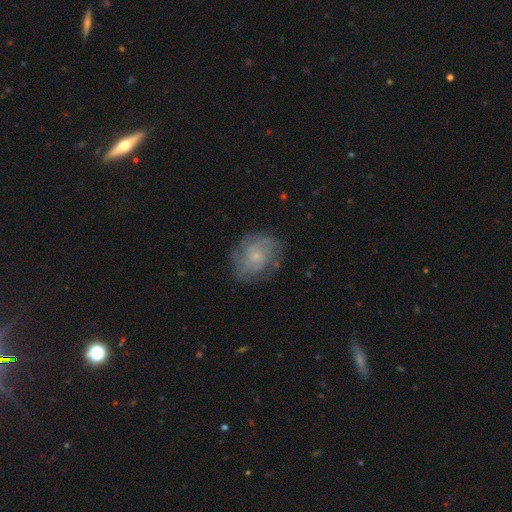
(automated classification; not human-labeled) Smooth or featured?
  - featured or disk: 70% *
  - smooth: 22%
  - star or artifact: 8%
Edge-on disk?
  - no: 97% *
  - yes: 3%
Bar?
  - no: 76% *
  - weak: 22%
  - strong: 3%
Spiral arms?
  - yes: 88% *
  - no: 12%
Spiral winding?
  - tight: 51% *
  - medium: 37%
  - loose: 12%
Spiral arm count?
  - can't tell: 38% *
  - 2: 25%
  - 3: 18%
  - 4: 8%
  - 1: 5%
  - more than 4: 5%
Bulge size?
  - small: 68% *
  - moderate: 24%
  - none: 6%
  - large: 2%
  - dominant: 1%
Merging?
  - none: 74% *
  - minor disturbance: 17%
  - major disturbance: 8%
  - merger: 1%